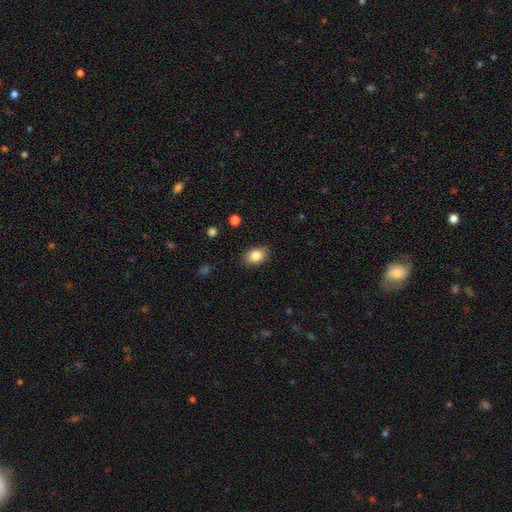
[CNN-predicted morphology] Smooth or featured?
  - smooth: 85% *
  - star or artifact: 9%
  - featured or disk: 6%
How rounded?
  - in between: 68% *
  - round: 31%
  - cigar-shaped: 1%
Merging?
  - none: 83% *
  - minor disturbance: 13%
  - major disturbance: 3%
  - merger: 1%